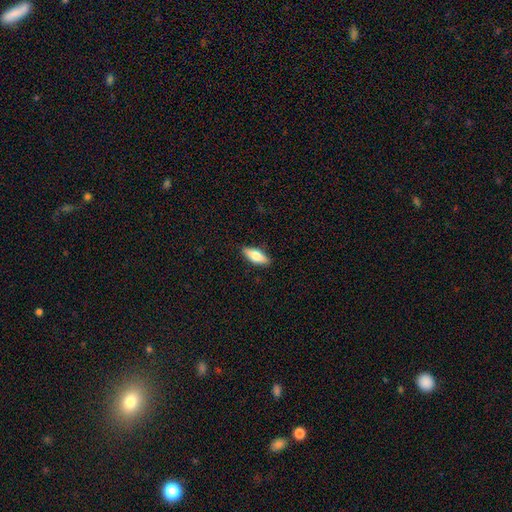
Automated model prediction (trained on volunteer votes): Overall: smooth (66%; featured or disk 28%). How rounded: in between (65%; cigar-shaped 32%). Merging: none (88%).